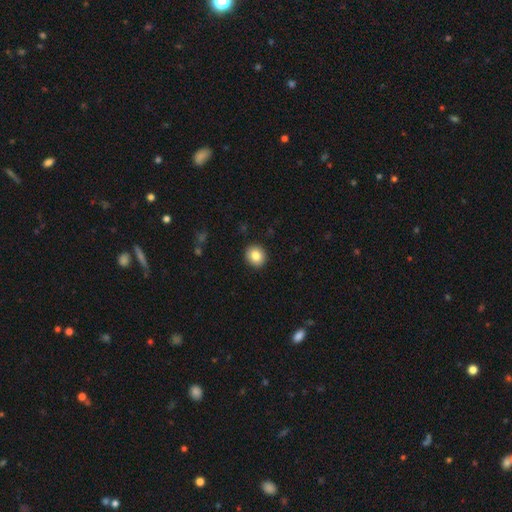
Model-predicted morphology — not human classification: Smooth or featured?
  - smooth: 84% *
  - star or artifact: 9%
  - featured or disk: 7%
How rounded?
  - round: 86% *
  - in between: 13%
  - cigar-shaped: 1%
Merging?
  - none: 92% *
  - minor disturbance: 5%
  - major disturbance: 2%
  - merger: 1%